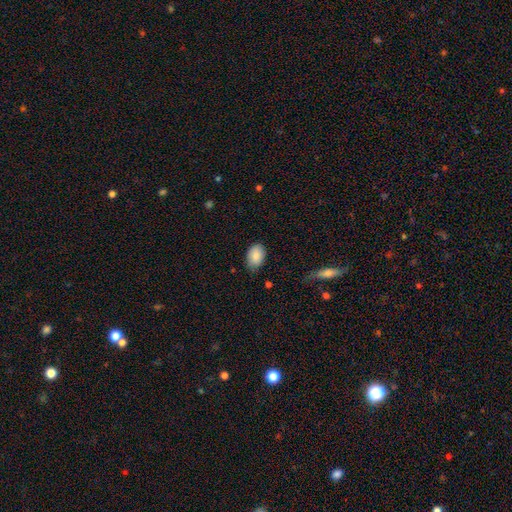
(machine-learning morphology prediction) type=smooth (87%); roundness=in between (86%); merging=none (76%).